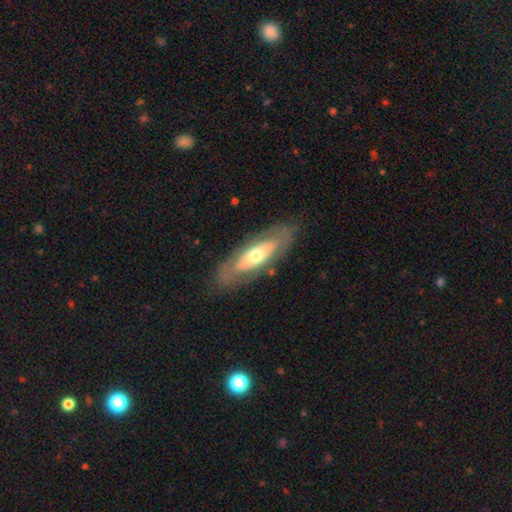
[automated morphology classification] Smooth or featured? Predicted: featured or disk (p=0.57). Edge-on disk? Predicted: no (p=0.75). Merging? Predicted: none (p=0.79).